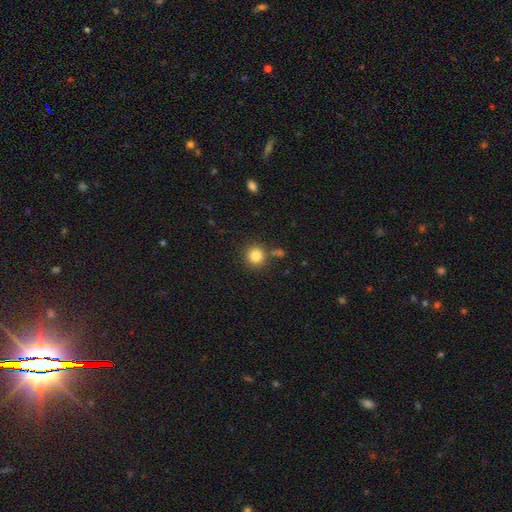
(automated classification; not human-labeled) smooth_or_featured: smooth (p=0.83) [alt: star or artifact p=0.11]
how_rounded: round (p=0.93) [alt: in between p=0.06]
merging: none (p=0.83) [alt: minor disturbance p=0.08]